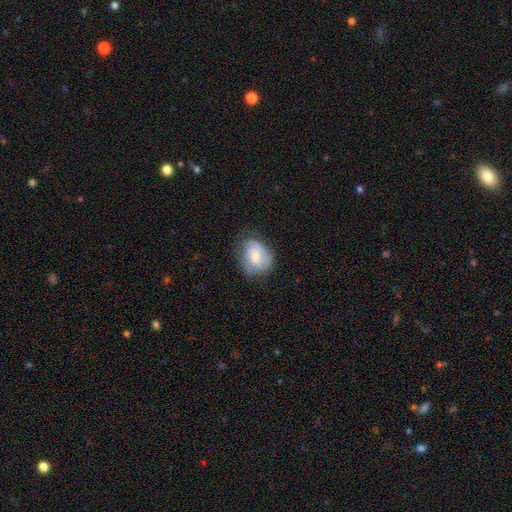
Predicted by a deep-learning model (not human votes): Overall: smooth (64%; featured or disk 29%). How rounded: in between (58%; round 41%). Merging: none (58%; minor disturbance 30%).